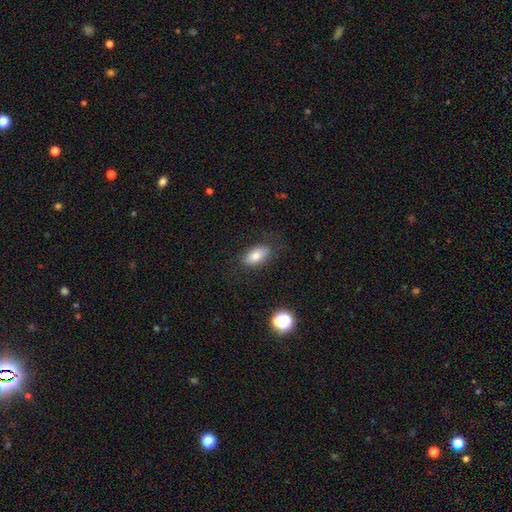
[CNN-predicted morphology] Q: Smooth or featured?
A: smooth (78%); runner-up: featured or disk (13%)
Q: How rounded?
A: in between (90%); runner-up: round (6%)
Q: Merging?
A: none (78%); runner-up: minor disturbance (15%)